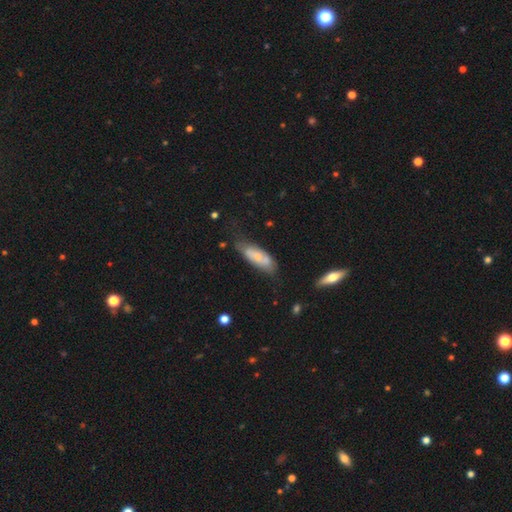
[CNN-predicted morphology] The model was most divided on "merging": none: 47%, minor disturbance: 30%, major disturbance: 13%, merger: 9%. More confident: how rounded — in between (71%); smooth or featured — smooth (58%).